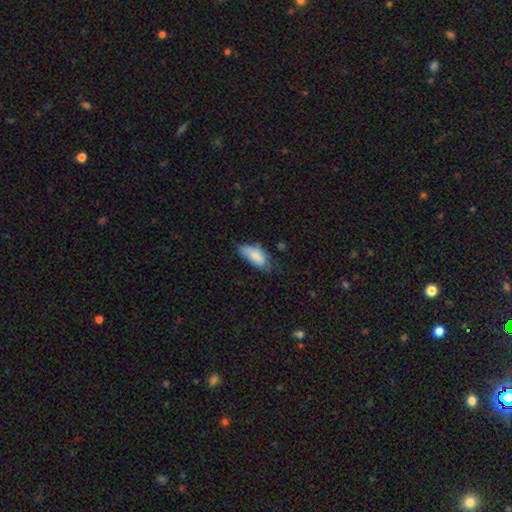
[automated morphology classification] A smooth galaxy with no disk features (79%) that is in between round and cigar-shaped (87%).

Vote fractions:
- Smooth or featured? smooth: 79% / featured or disk: 14% / star or artifact: 7%
- How rounded? in between: 87% / cigar-shaped: 11% / round: 2%
- Merging? none: 42% / minor disturbance: 41% / major disturbance: 15% / merger: 3%